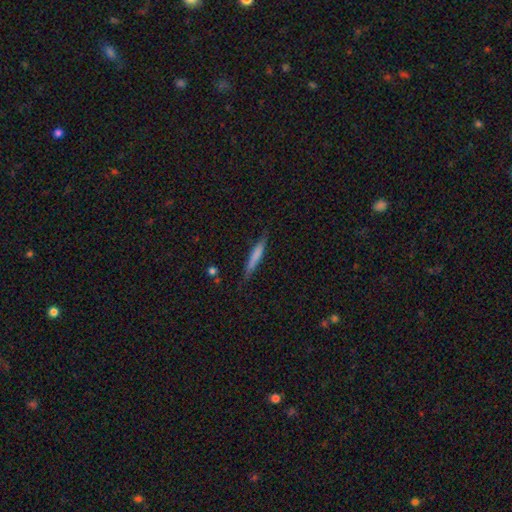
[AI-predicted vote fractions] Q: Smooth or featured?
A: smooth (65%); runner-up: featured or disk (29%)
Q: How rounded?
A: cigar-shaped (93%); runner-up: in between (6%)
Q: Merging?
A: none (79%); runner-up: minor disturbance (16%)